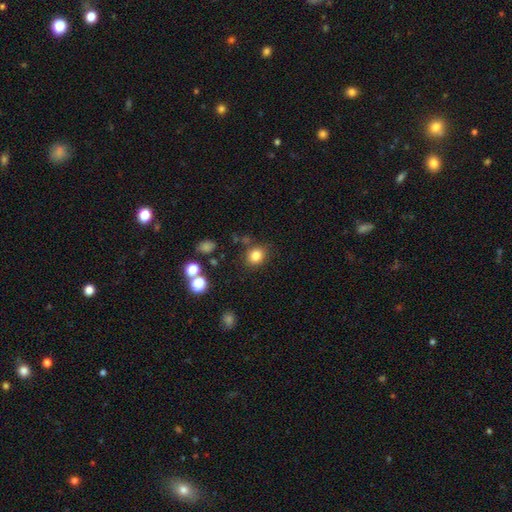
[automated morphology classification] This is clearly a smooth galaxy (82%). How rounded: likely round (68%). Merging: clearly none (81%).